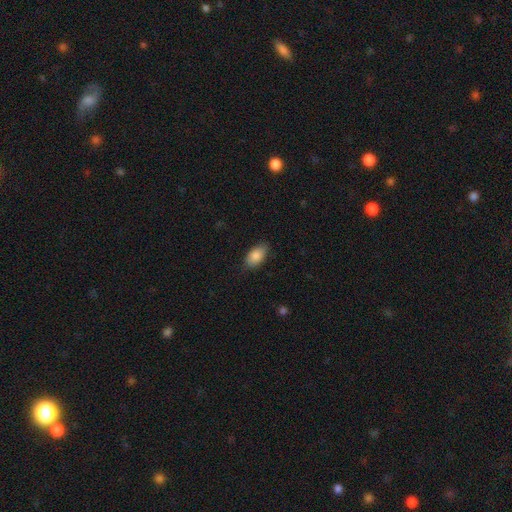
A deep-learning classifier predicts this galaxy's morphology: Smooth or featured? smooth (87%)
How rounded? in between (92%)
Merging? none (82%)